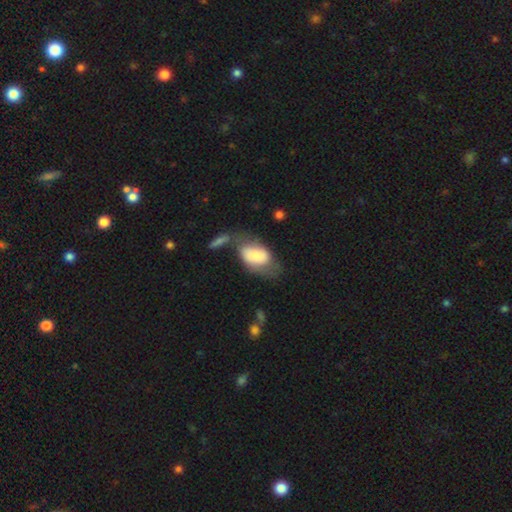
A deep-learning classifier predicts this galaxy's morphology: smooth_or_featured: smooth (p=0.63) [alt: featured or disk p=0.31]
how_rounded: in between (p=0.91) [alt: round p=0.07]
merging: none (p=0.35) [alt: minor disturbance p=0.24]